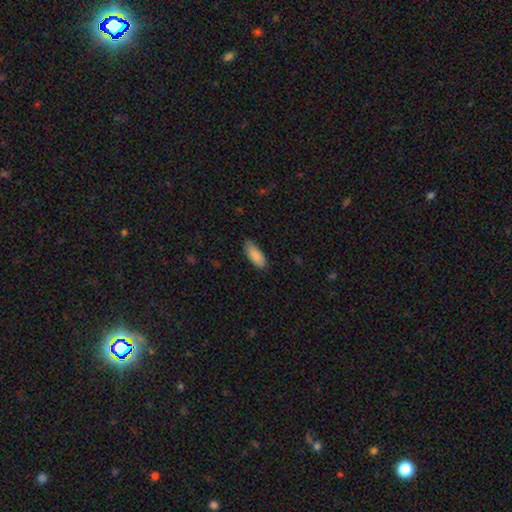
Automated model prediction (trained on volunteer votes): The model was most divided on "how rounded": in between: 79%, cigar-shaped: 20%, round: 2%. More confident: smooth or featured — smooth (88%); merging — none (80%).